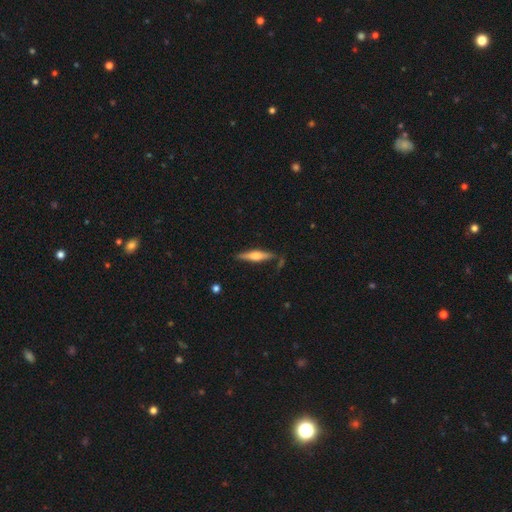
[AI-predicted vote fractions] smooth_or_featured: featured or disk (p=0.59) [alt: smooth p=0.35]
disk_edge_on: yes (p=0.96) [alt: no p=0.04]
edge_on_bulge: rounded (p=0.83) [alt: boxy p=0.12]
merging: none (p=0.81) [alt: minor disturbance p=0.13]